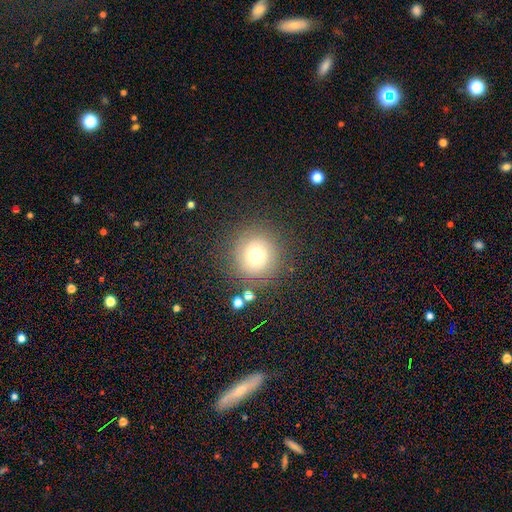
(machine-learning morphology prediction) Smooth or featured? Predicted: smooth (p=0.59). How rounded? Predicted: round (p=0.91). Merging? Predicted: none (p=0.83).